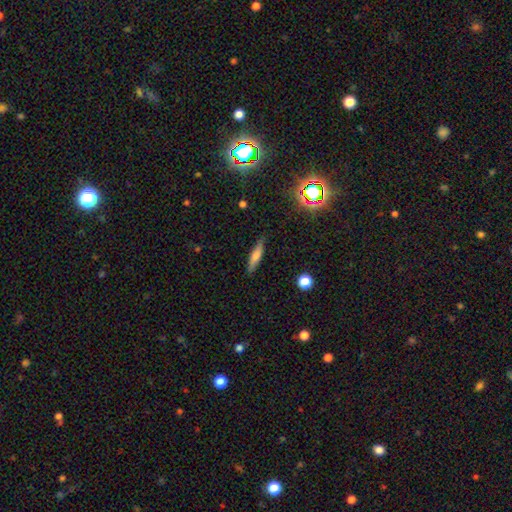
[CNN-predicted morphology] Smooth or featured? smooth (60%)
How rounded? cigar-shaped (83%)
Merging? none (86%)